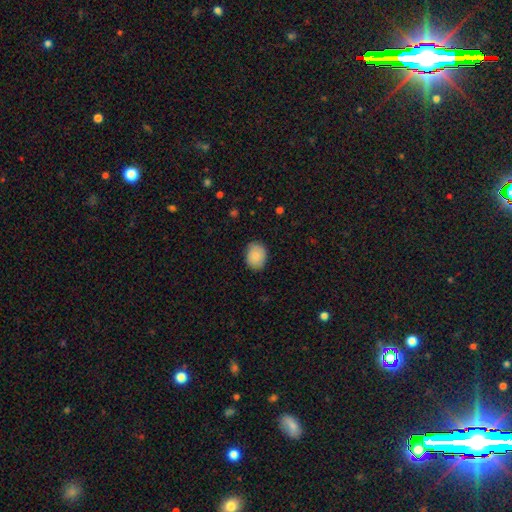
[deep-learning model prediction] Smooth or featured? smooth (88%)
How rounded? in between (55%)
Merging? none (84%)